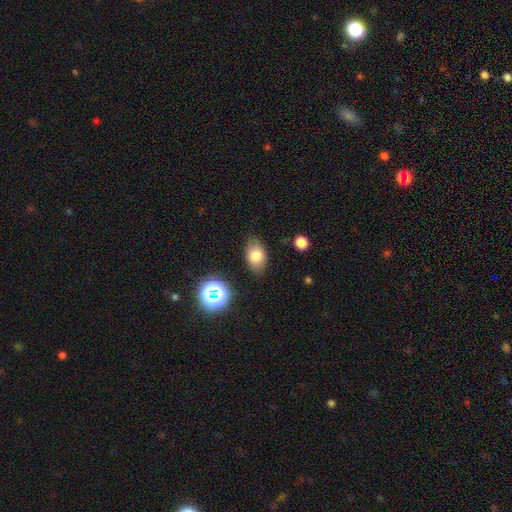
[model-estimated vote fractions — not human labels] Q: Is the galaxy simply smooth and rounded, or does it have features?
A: smooth — 79%.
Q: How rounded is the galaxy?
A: in between — 85%.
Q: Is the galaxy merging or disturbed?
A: none — 81%.